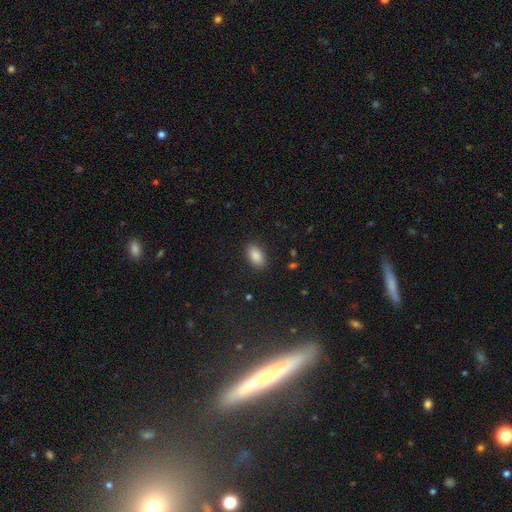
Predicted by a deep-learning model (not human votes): This is clearly a smooth galaxy (88%). How rounded: clearly in between (93%). Merging: clearly none (88%).